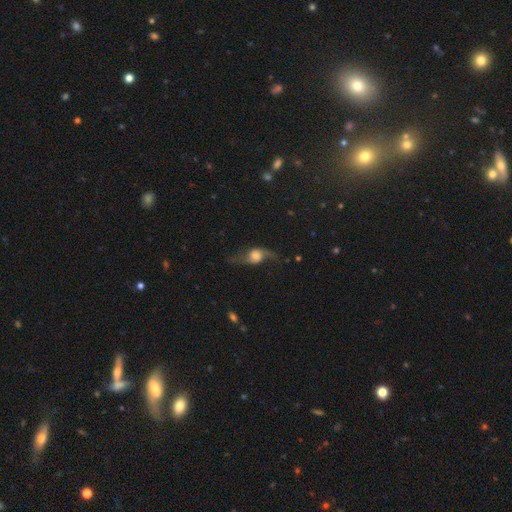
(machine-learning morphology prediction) Overall: featured or disk (68%). Edge-on disk: no (81%). Bar: no (67%). Spiral arms: yes (90%). Spiral arm count: 2 (91%). Spiral winding: loose (89%). Bulge size: large (37%; moderate 29%). Merging: none (61%).